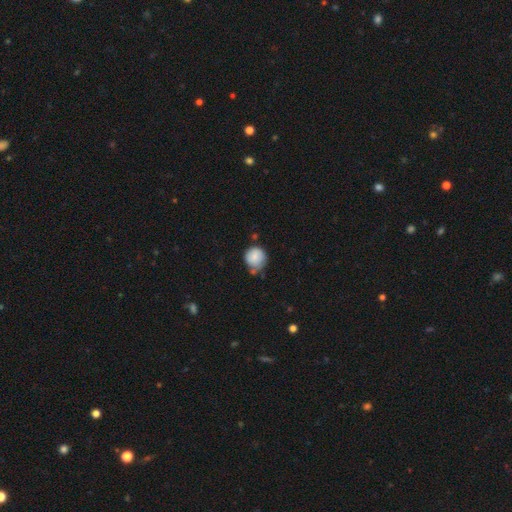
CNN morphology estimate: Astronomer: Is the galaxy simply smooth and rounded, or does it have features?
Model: smooth — 83%.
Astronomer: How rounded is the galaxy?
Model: round — 91%.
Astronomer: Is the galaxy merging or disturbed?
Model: none — 58%.